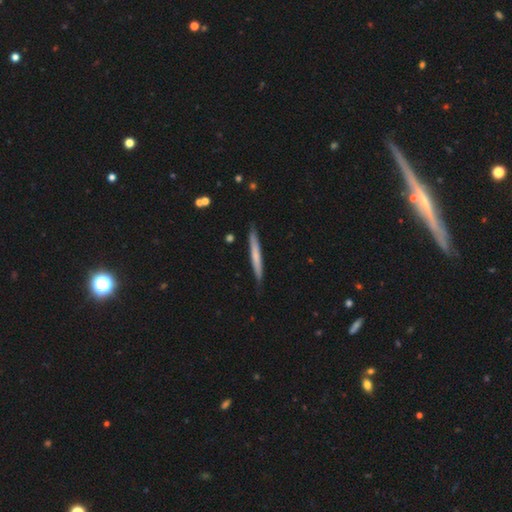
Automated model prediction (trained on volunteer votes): Smooth or featured?
  - smooth: 59% *
  - featured or disk: 35%
  - star or artifact: 5%
How rounded?
  - cigar-shaped: 97% *
  - in between: 2%
  - round: 1%
Merging?
  - none: 86% *
  - minor disturbance: 11%
  - major disturbance: 2%
  - merger: 1%